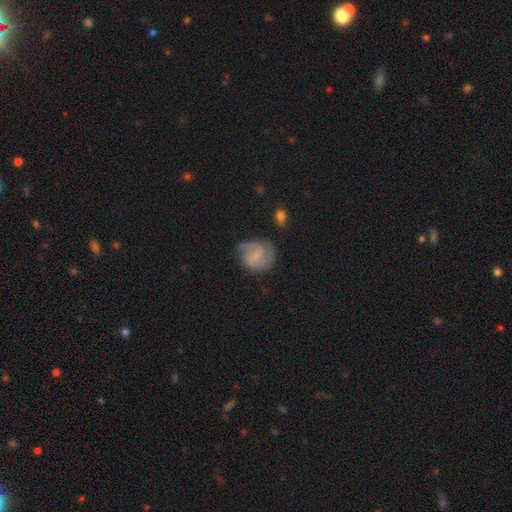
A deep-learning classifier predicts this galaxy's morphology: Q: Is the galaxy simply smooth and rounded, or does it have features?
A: featured or disk — 66%.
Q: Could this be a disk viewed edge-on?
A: no — 98%.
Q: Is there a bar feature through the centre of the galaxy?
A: weak — 47%.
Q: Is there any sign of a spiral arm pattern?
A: yes — 92%.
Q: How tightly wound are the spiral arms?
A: medium — 47%.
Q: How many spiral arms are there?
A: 2 — 66%.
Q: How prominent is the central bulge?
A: small — 53%.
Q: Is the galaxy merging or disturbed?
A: none — 61%.